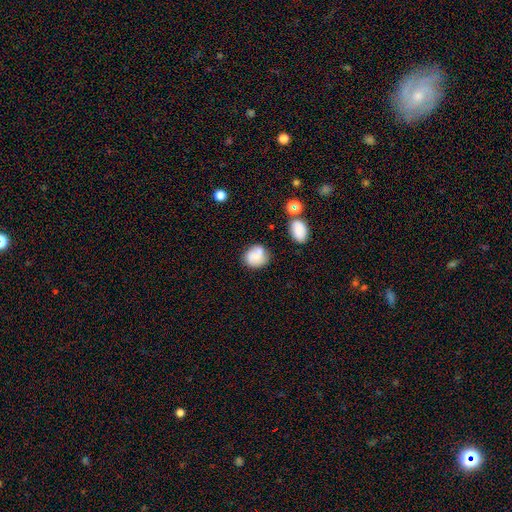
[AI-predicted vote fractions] The model was most divided on "merging": none: 57%, minor disturbance: 20%, merger: 16%, major disturbance: 7%. More confident: how rounded — round (71%); smooth or featured — smooth (69%).